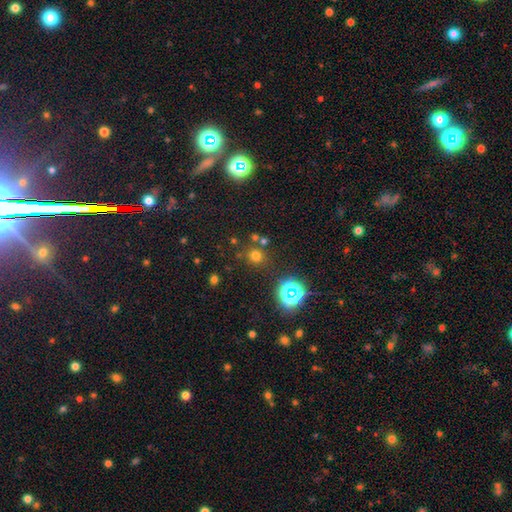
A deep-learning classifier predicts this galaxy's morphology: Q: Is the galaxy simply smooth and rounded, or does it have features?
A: smooth — 64%.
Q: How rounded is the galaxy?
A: round — 88%.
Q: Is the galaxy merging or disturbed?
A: none — 76%.